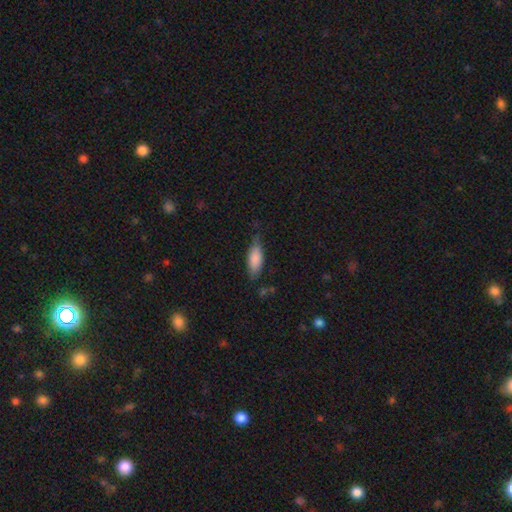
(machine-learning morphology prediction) The model was most divided on "how rounded": in between: 68%, cigar-shaped: 30%, round: 2%. More confident: smooth or featured — smooth (81%); merging — none (68%).